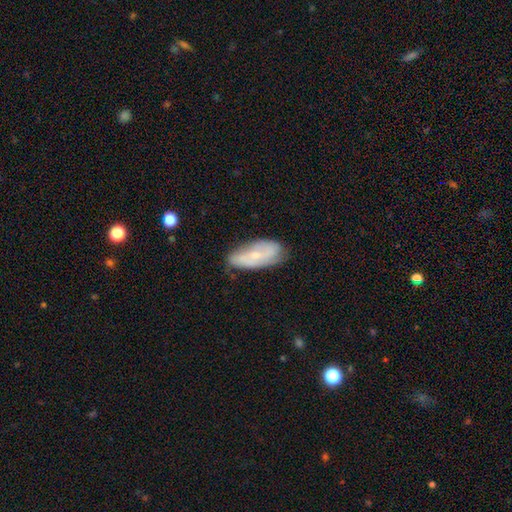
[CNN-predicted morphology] featured or disk 48%, smooth 44%, star or artifact 7%. Down the decision tree: merging — none (67%).